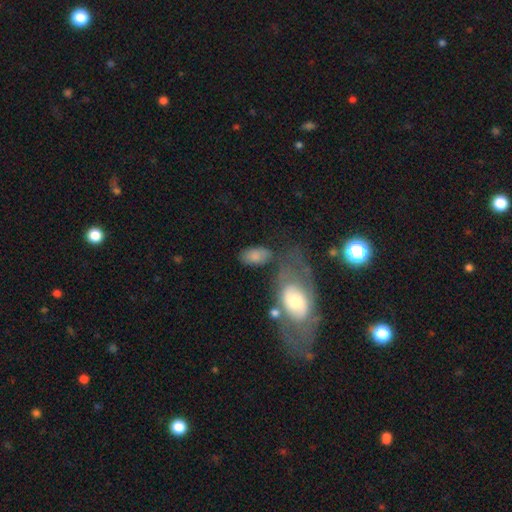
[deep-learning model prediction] Smooth or featured? Predicted: smooth (p=0.76). How rounded? Predicted: in between (p=0.91). Merging? Predicted: none (p=0.53).